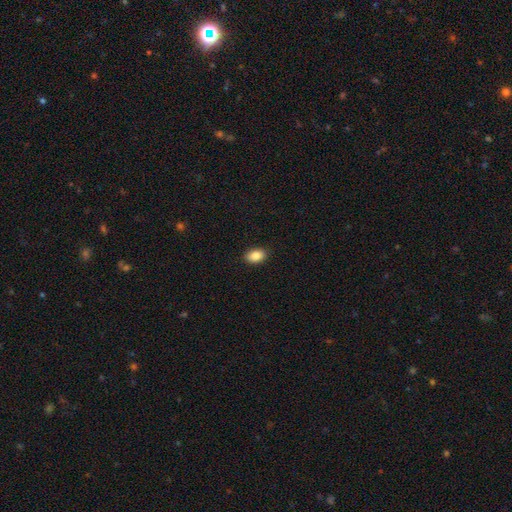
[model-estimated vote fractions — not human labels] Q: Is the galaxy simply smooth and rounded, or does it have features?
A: smooth — 86%.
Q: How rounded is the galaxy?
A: in between — 84%.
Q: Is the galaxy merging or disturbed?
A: none — 90%.